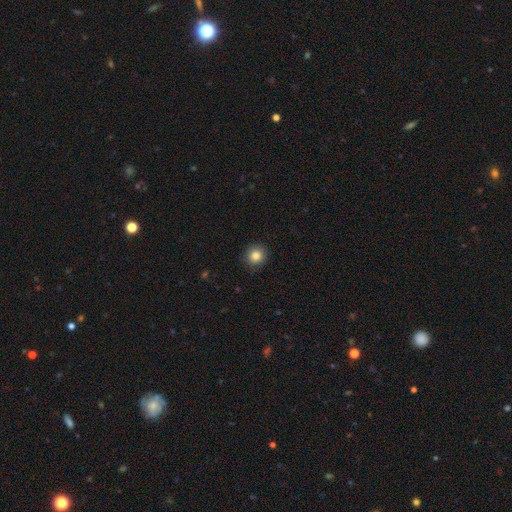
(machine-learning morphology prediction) This appears to be a smooth galaxy with no disk features (83%) that is round (92%). Merging: none (90%).